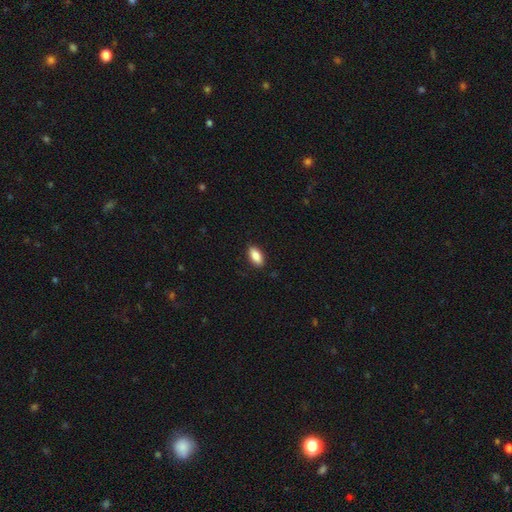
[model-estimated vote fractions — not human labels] Q: Smooth or featured?
A: smooth (87%); runner-up: star or artifact (7%)
Q: How rounded?
A: in between (89%); runner-up: cigar-shaped (8%)
Q: Merging?
A: none (88%); runner-up: minor disturbance (9%)